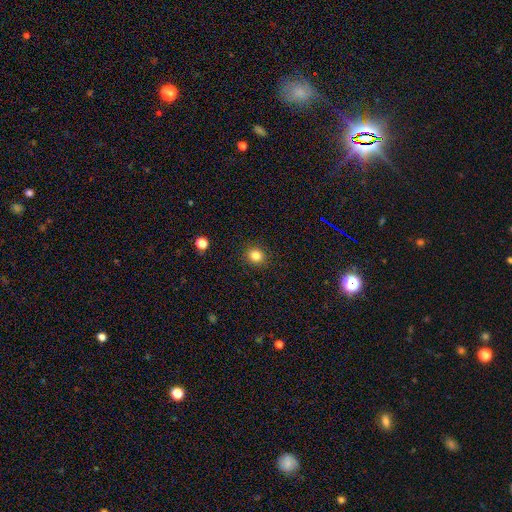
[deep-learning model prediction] This is clearly a smooth galaxy (83%). How rounded: clearly round (80%). Merging: clearly none (90%).